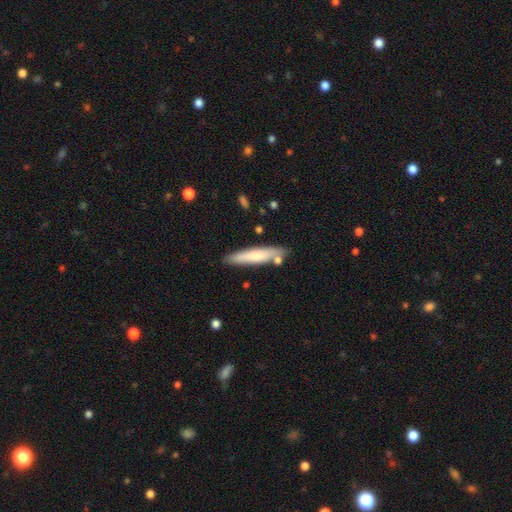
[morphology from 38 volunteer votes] Smooth or featured: smooth — 74% (featured or disk — 24%)
How rounded: cigar-shaped — 89% (in between — 7%)
Merging: none — 84% (merger — 11%)